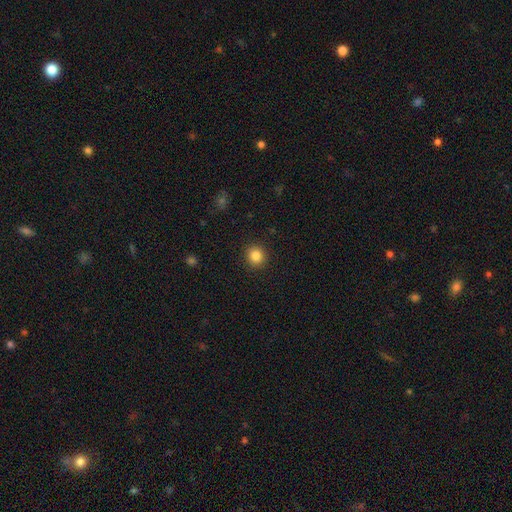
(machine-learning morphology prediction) A smooth galaxy with no disk features (84%) that is round (90%).

Vote fractions:
- Smooth or featured? smooth: 84% / star or artifact: 11% / featured or disk: 5%
- How rounded? round: 90% / in between: 9% / cigar-shaped: 1%
- Merging? none: 92% / minor disturbance: 5% / major disturbance: 2% / merger: 1%